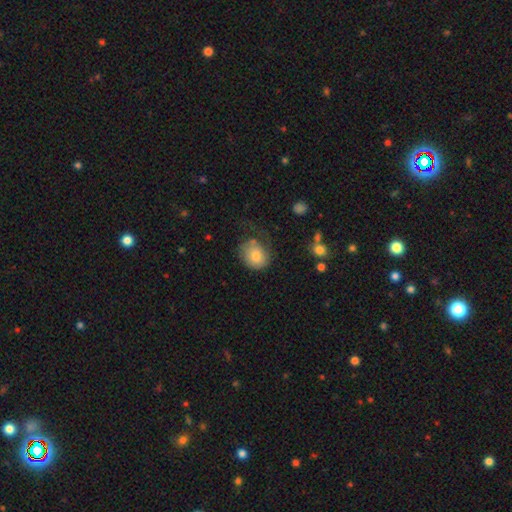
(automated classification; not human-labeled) This is likely a smooth galaxy (73%). How rounded: likely round (63%). Merging: marginally none (42%).